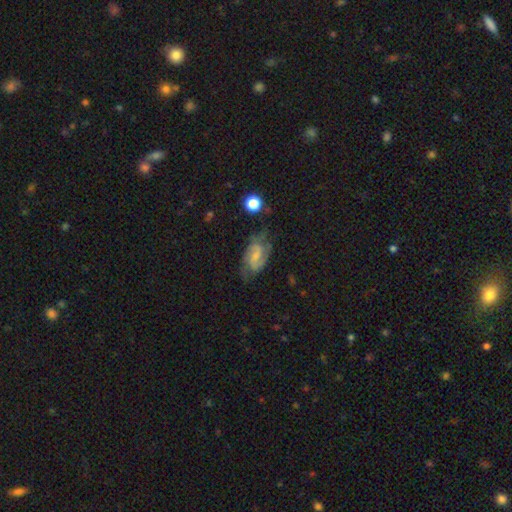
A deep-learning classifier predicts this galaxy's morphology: The model was most divided on "spiral winding": medium: 50%, tight: 25%, loose: 24%. More confident: edge-on disk — no (96%); spiral arms — yes (92%); spiral arm count — 2 (82%); smooth or featured — featured or disk (71%); merging — none (60%); bar — weak (55%); bulge size — small (55%).